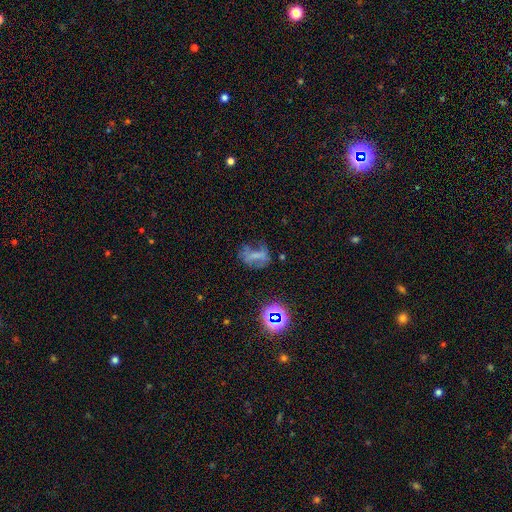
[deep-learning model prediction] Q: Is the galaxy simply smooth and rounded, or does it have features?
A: smooth — 37%.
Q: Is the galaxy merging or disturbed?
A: none — 42%.